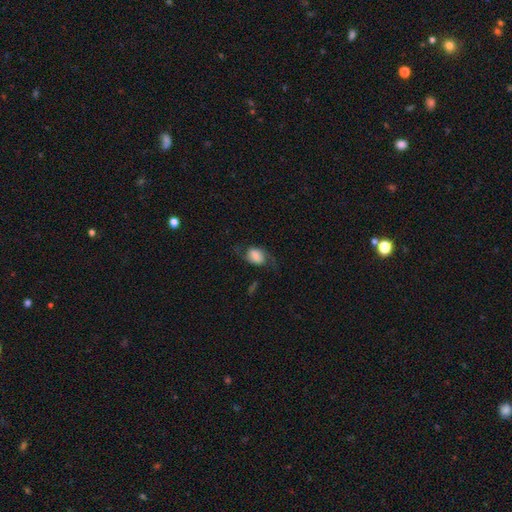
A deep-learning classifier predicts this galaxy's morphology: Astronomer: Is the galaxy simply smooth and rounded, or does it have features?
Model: smooth — 52% (runner-up: featured or disk, 39%).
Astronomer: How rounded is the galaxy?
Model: in between — 69%.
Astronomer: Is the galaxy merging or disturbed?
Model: none — 57%.